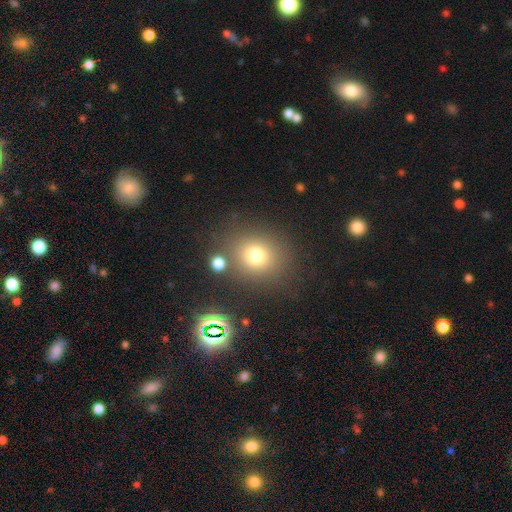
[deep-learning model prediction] This appears to be a smooth galaxy with no disk features (74%) that is round (78%). Merging: none (77%).